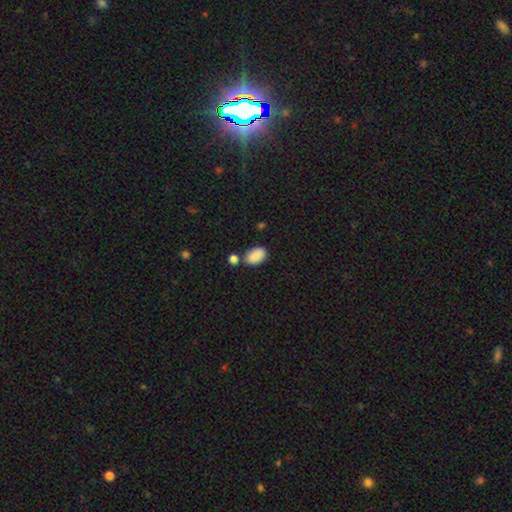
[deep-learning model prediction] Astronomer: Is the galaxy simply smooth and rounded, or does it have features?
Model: smooth — 88%.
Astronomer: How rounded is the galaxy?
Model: in between — 91%.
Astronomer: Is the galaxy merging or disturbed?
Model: none — 71%.